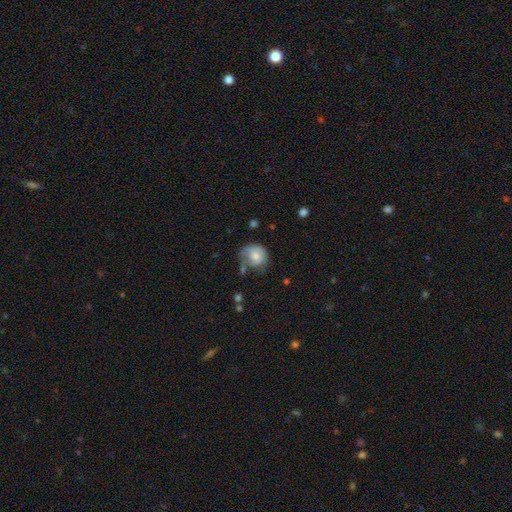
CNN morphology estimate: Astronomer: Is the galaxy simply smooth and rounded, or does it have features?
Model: smooth — 69%.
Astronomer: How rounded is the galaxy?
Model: round — 72%.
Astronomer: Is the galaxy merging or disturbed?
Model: none — 41% (runner-up: minor disturbance, 33%).